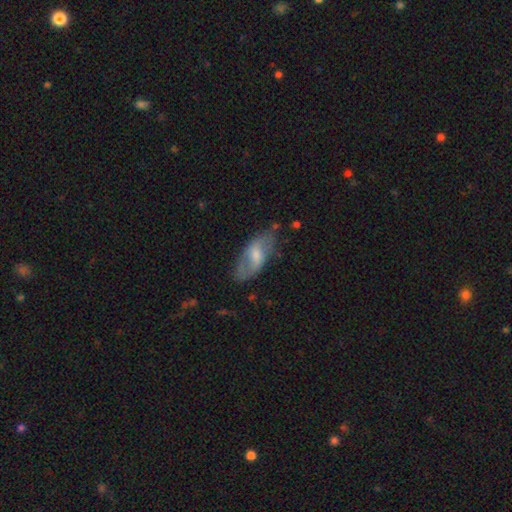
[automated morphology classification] Smooth or featured: smooth — 48% (featured or disk — 46%)
Merging: none — 66% (minor disturbance — 23%)